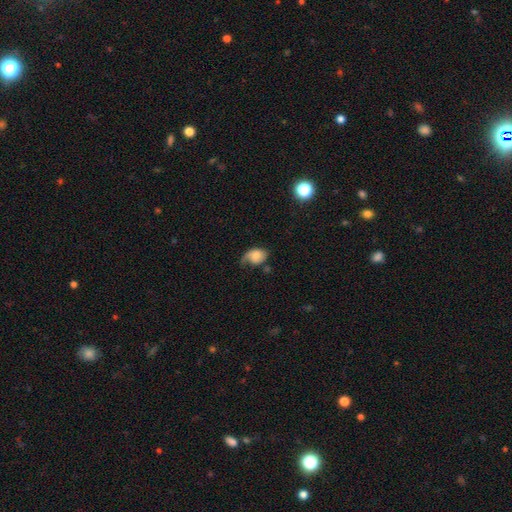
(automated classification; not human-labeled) smooth_or_featured: smooth (p=0.58) [alt: featured or disk p=0.32]
how_rounded: in between (p=0.72) [alt: round p=0.27]
merging: minor disturbance (p=0.36) [tied with: none p=0.36]